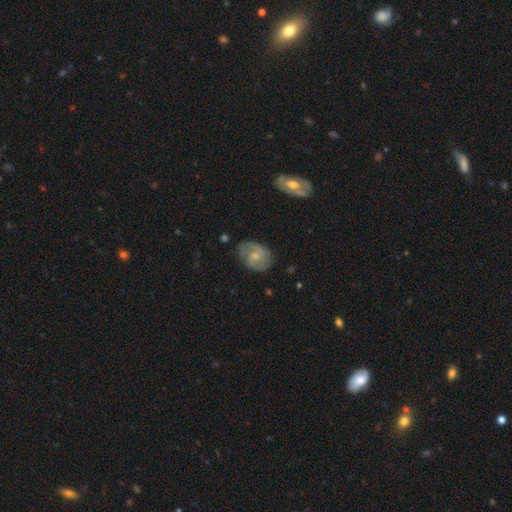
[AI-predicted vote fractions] A featured or disk galaxy (69%) with no bar (48%), 2 (79%) medium (49%) spiral arms (89%) and a moderate central bulge (46%).

Vote fractions:
- Smooth or featured? featured or disk: 69% / smooth: 25% / star or artifact: 6%
- Edge-on disk? no: 97% / yes: 3%
- Bar? no: 48% / weak: 46% / strong: 6%
- Spiral arms? yes: 89% / no: 11%
- Spiral winding? medium: 49% / tight: 31% / loose: 20%
- Spiral arm count? 2: 79% / can't tell: 12% / 3: 4% / 1: 3% / 4: 1% / more than 4: 1%
- Bulge size? moderate: 46% / small: 42% / none: 7% / large: 3% / dominant: 1%
- Merging? none: 70% / minor disturbance: 21% / major disturbance: 7% / merger: 2%